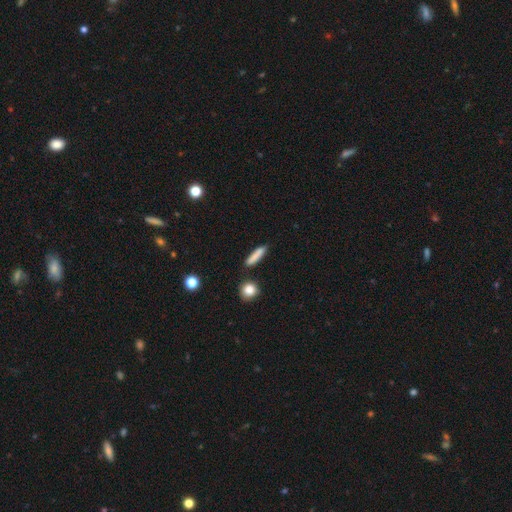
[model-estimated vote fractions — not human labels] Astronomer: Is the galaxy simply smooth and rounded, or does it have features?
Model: smooth — 83%.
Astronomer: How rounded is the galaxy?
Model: cigar-shaped — 83%.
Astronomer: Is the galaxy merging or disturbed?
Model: none — 85%.